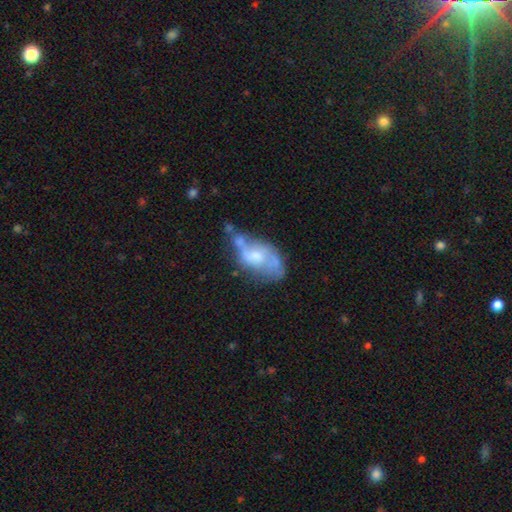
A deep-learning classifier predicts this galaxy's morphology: Smooth or featured? Predicted: featured or disk (p=0.59). Edge-on disk? Predicted: no (p=0.95). Bar? Predicted: no (p=0.69). Spiral arms? Predicted: no (p=0.51). Bulge size? Predicted: moderate (p=0.44). Merging? Predicted: none (p=0.31).